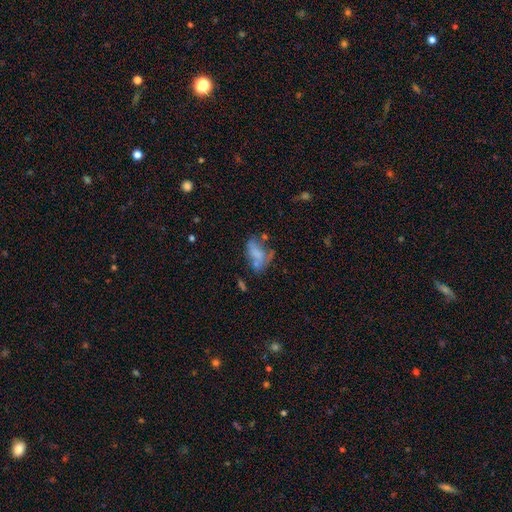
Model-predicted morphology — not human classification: This is marginally a smooth galaxy (44%). Merging: marginally none (35%).